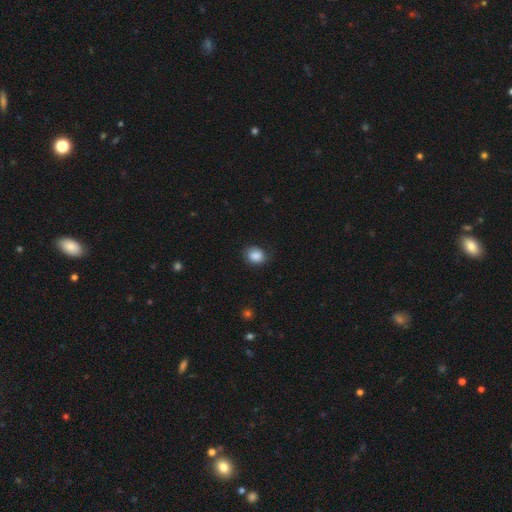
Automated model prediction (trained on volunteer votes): A smooth galaxy with no disk features (87%) that is round (52%).

Vote fractions:
- Smooth or featured? smooth: 87% / star or artifact: 8% / featured or disk: 5%
- How rounded? round: 52% / in between: 47% / cigar-shaped: 1%
- Merging? none: 75% / minor disturbance: 19% / major disturbance: 5% / merger: 1%